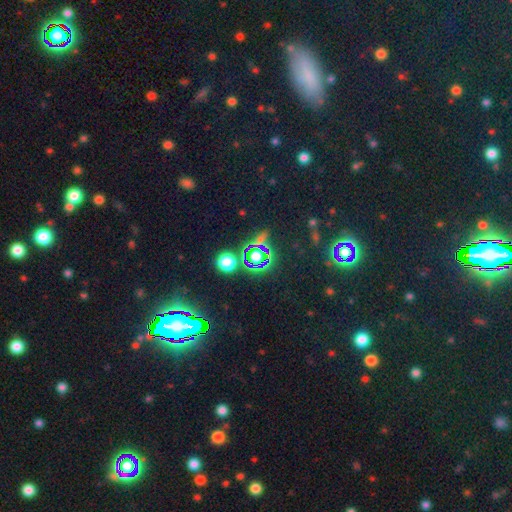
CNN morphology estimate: A star or artifact, not a galaxy (70%).

Vote fractions:
- Smooth or featured? star or artifact: 70% / smooth: 21% / featured or disk: 9%